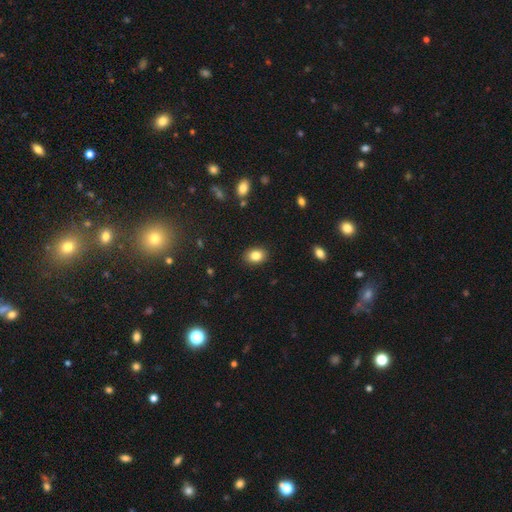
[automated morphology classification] Overall: smooth (84%). How rounded: in between (72%). Merging: none (89%).